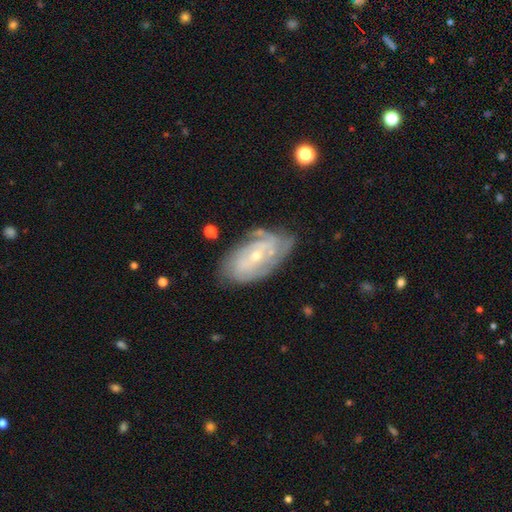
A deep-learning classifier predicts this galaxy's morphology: Q: Smooth or featured?
A: featured or disk (79%); runner-up: smooth (15%)
Q: Edge-on disk?
A: no (94%); runner-up: yes (6%)
Q: Bar?
A: no (58%); runner-up: weak (31%)
Q: Spiral arms?
A: yes (89%); runner-up: no (11%)
Q: Spiral winding?
A: tight (63%); runner-up: medium (28%)
Q: Spiral arm count?
A: can't tell (41%); runner-up: 2 (25%)
Q: Bulge size?
A: small (65%); runner-up: moderate (32%)
Q: Merging?
A: none (67%); runner-up: minor disturbance (23%)